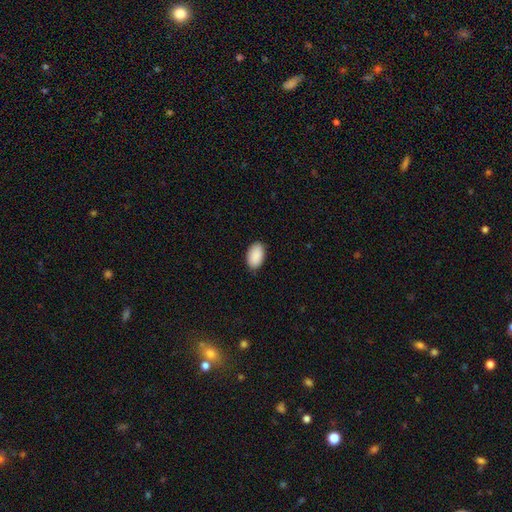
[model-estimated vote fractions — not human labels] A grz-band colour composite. It shows a smooth galaxy with no disk features (91%) that is in between round and cigar-shaped (93%). Merging: none (87%).